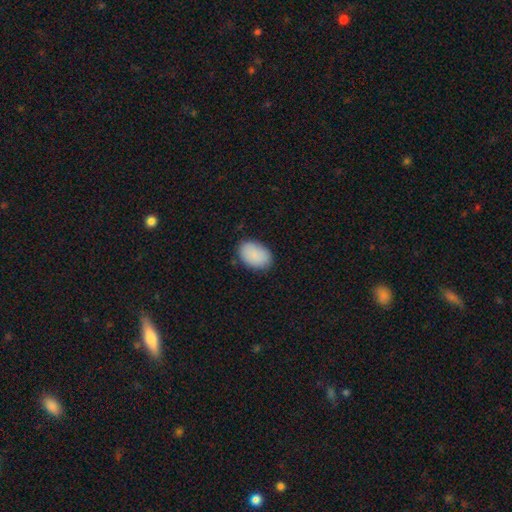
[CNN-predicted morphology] Smooth or featured?
  - smooth: 89% *
  - star or artifact: 6%
  - featured or disk: 5%
How rounded?
  - in between: 87% *
  - round: 12%
  - cigar-shaped: 1%
Merging?
  - none: 83% *
  - minor disturbance: 13%
  - major disturbance: 3%
  - merger: 1%